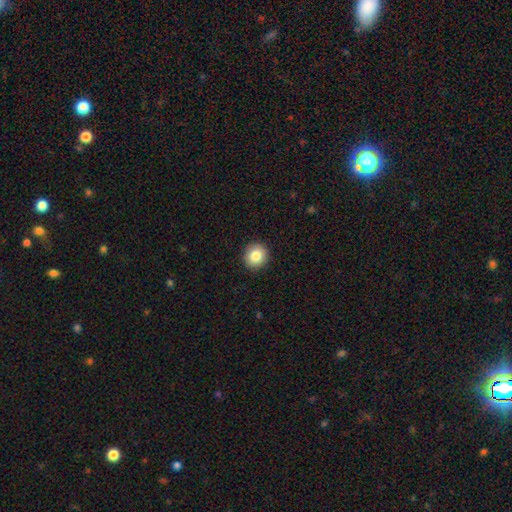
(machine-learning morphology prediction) type=smooth (84%); roundness=round (90%); merging=none (92%).